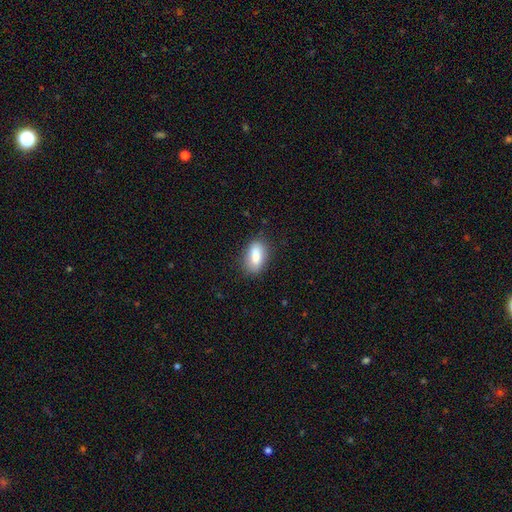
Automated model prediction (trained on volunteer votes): Q: Smooth or featured?
A: smooth (85%); runner-up: featured or disk (8%)
Q: How rounded?
A: in between (87%); runner-up: cigar-shaped (8%)
Q: Merging?
A: none (80%); runner-up: minor disturbance (15%)